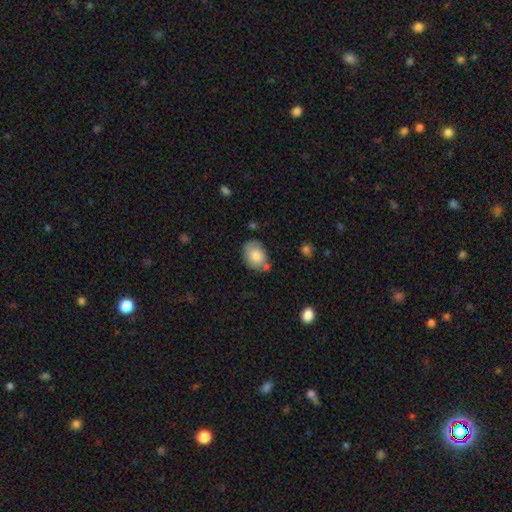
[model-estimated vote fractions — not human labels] The model was most divided on "merging": none: 64%, minor disturbance: 22%, merger: 9%, major disturbance: 5%. More confident: smooth or featured — smooth (80%); how rounded — in between (73%).